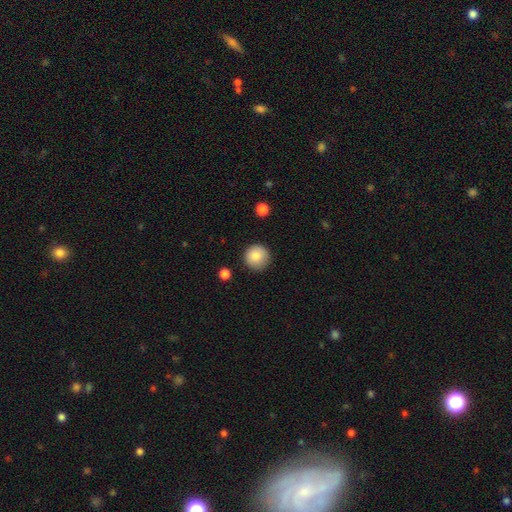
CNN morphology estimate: Smooth or featured?
  - smooth: 86% *
  - star or artifact: 8%
  - featured or disk: 6%
How rounded?
  - round: 95% *
  - in between: 4%
  - cigar-shaped: 1%
Merging?
  - none: 88% *
  - minor disturbance: 9%
  - major disturbance: 2%
  - merger: 1%